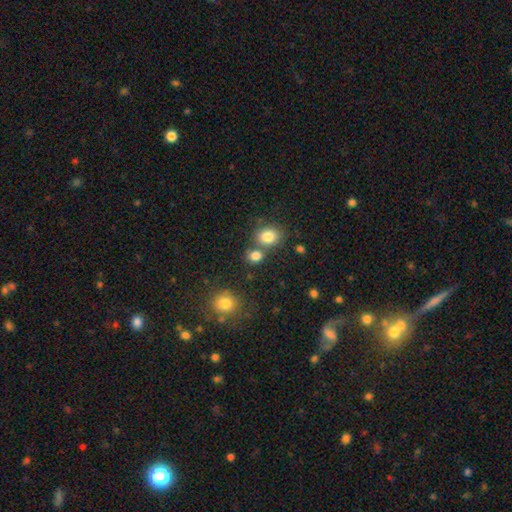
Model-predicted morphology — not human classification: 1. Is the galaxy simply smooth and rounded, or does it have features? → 81% smooth, 12% star or artifact, 6% featured or disk.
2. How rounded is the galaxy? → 64% round, 34% in between, 1% cigar-shaped.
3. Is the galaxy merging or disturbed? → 58% none, 29% merger, 9% minor disturbance, 4% major disturbance.